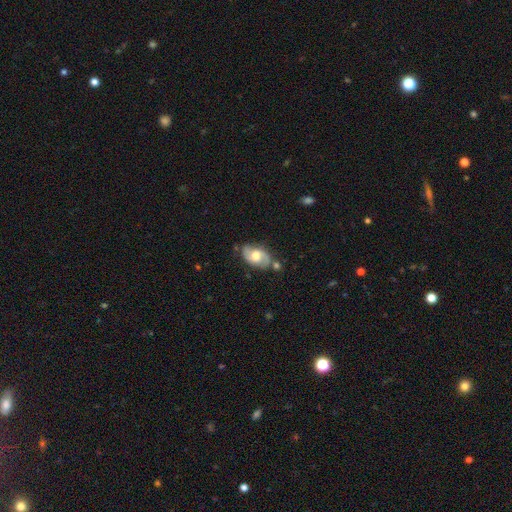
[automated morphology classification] A featured or disk galaxy (66%) with no bar (50%), 2 (87%) medium (47%) spiral arms (88%) and a moderate central bulge (57%). Merging: none (64%).